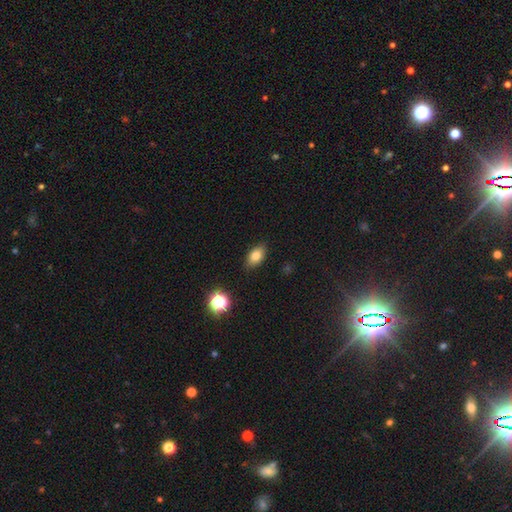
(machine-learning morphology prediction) smooth-or-featured: smooth: 81% | star or artifact: 10% | featured or disk: 9%
  how-rounded: in between: 87% | round: 10% | cigar-shaped: 3%
  merging: none: 86% | minor disturbance: 11% | major disturbance: 2% | merger: 1%